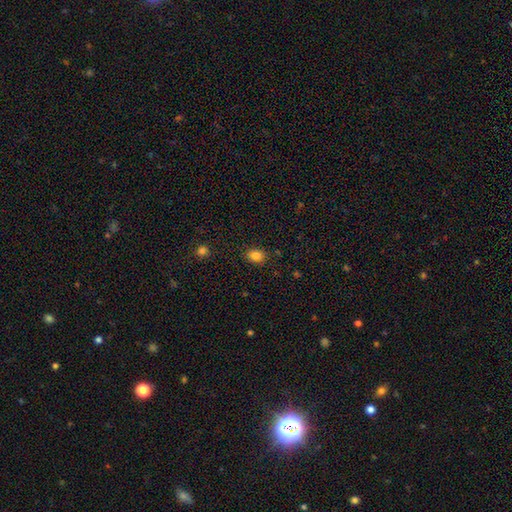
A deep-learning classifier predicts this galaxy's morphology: smooth 85%, star or artifact 11%, featured or disk 4%. Down the decision tree: how rounded — in between (60%); merging — none (86%).